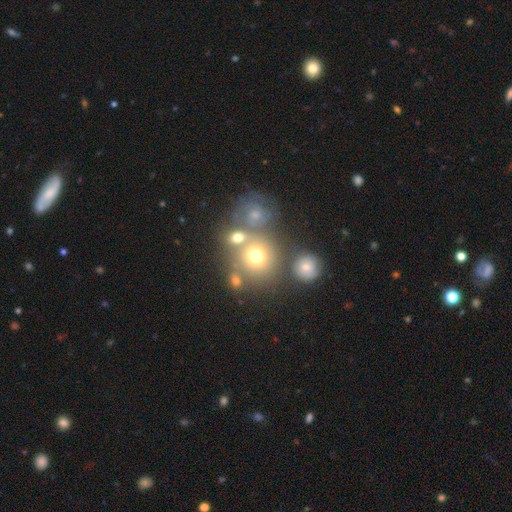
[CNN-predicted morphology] Smooth or featured: smooth — 67% (featured or disk — 18%)
How rounded: round — 84% (in between — 15%)
Merging: none — 52% (merger — 32%)